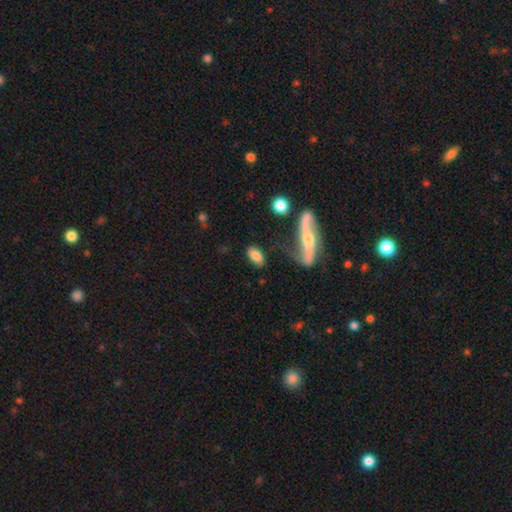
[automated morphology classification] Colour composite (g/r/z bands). It shows a smooth galaxy with no disk features (75%) that is in between round and cigar-shaped (89%). Merging: none (73%).